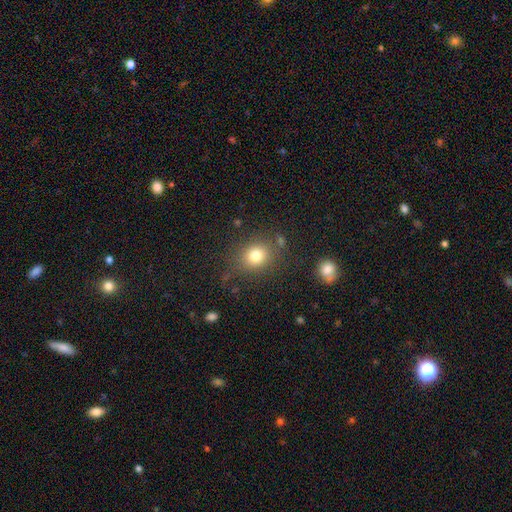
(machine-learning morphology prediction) Q: Smooth or featured?
A: smooth (79%); runner-up: star or artifact (13%)
Q: How rounded?
A: round (70%); runner-up: in between (29%)
Q: Merging?
A: none (78%); runner-up: minor disturbance (12%)